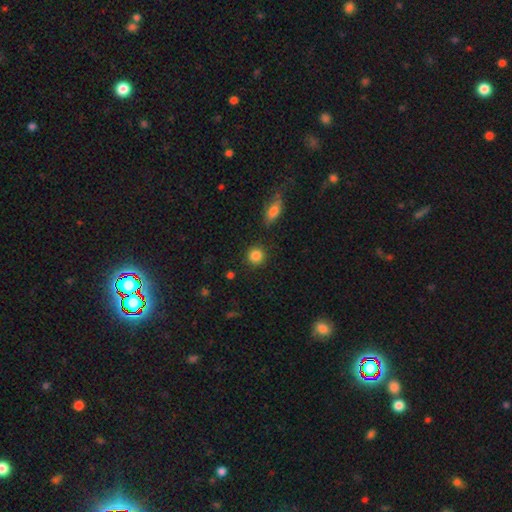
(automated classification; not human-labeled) A smooth galaxy with no disk features (86%) that is round (91%).

Vote fractions:
- Smooth or featured? smooth: 86% / star or artifact: 10% / featured or disk: 4%
- How rounded? round: 91% / in between: 8% / cigar-shaped: 1%
- Merging? none: 88% / minor disturbance: 7% / merger: 3% / major disturbance: 2%